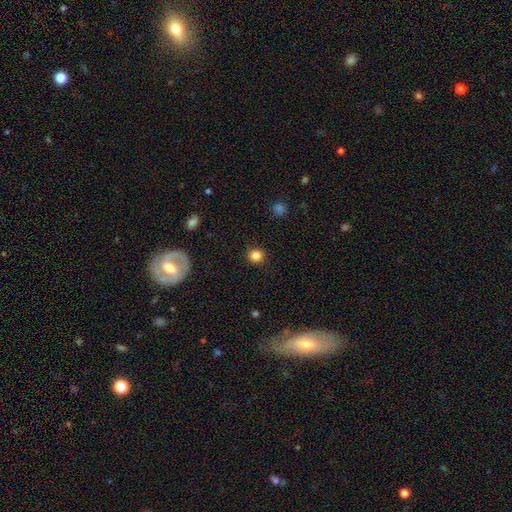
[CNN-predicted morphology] This is clearly a smooth galaxy (84%). How rounded: clearly round (92%). Merging: clearly none (90%).